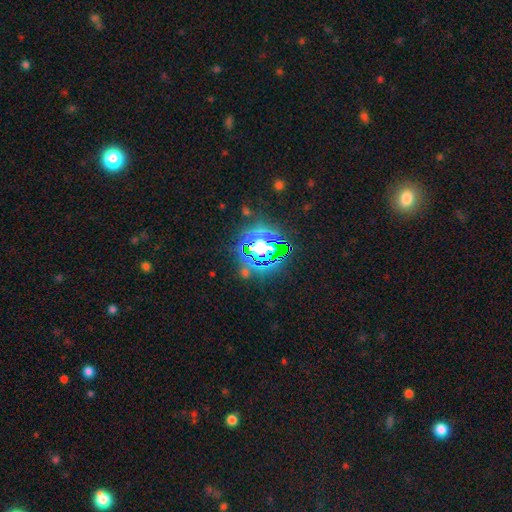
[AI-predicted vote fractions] Smooth or featured?
  - star or artifact: 80% *
  - smooth: 12%
  - featured or disk: 7%